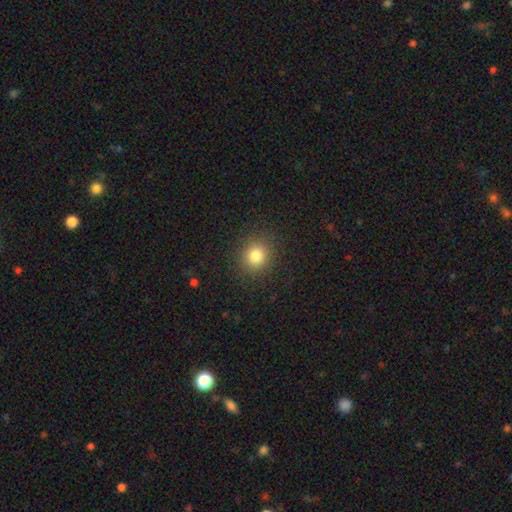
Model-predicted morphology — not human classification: A smooth galaxy with no disk features (81%) that is round (81%).

Vote fractions:
- Smooth or featured? smooth: 81% / star or artifact: 13% / featured or disk: 6%
- How rounded? round: 81% / in between: 18% / cigar-shaped: 1%
- Merging? none: 89% / minor disturbance: 7% / major disturbance: 3% / merger: 1%